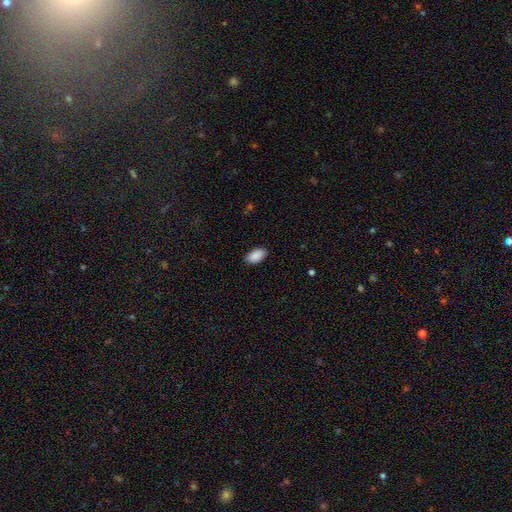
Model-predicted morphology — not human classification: This is clearly a smooth galaxy (90%). How rounded: clearly in between (95%). Merging: clearly none (87%).